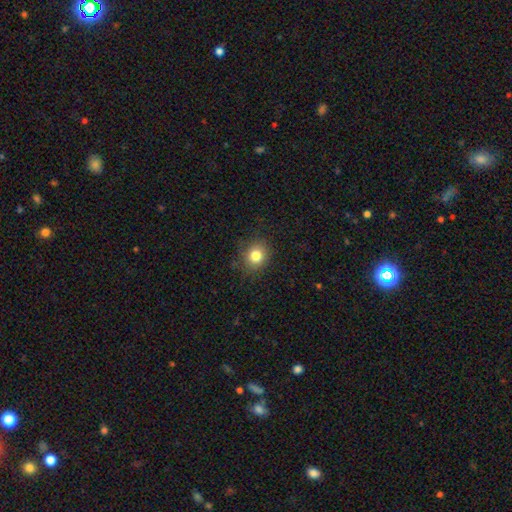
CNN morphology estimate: Q: Smooth or featured?
A: smooth (81%); runner-up: star or artifact (12%)
Q: How rounded?
A: round (76%); runner-up: in between (23%)
Q: Merging?
A: none (85%); runner-up: minor disturbance (11%)